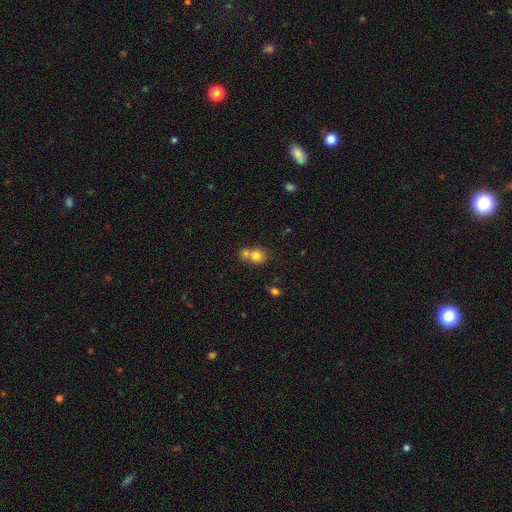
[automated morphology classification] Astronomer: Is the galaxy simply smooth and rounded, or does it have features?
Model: smooth — 78%.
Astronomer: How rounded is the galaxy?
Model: round — 80%.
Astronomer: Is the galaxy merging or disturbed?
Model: merger — 48% (runner-up: none, 42%).